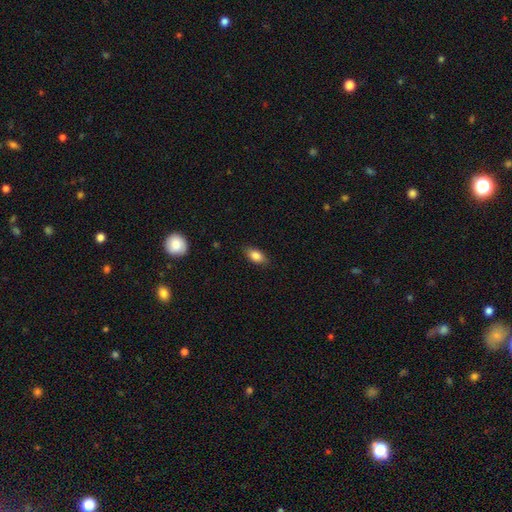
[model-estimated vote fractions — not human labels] Smooth or featured? Predicted: smooth (p=0.82). How rounded? Predicted: in between (p=0.86). Merging? Predicted: none (p=0.84).